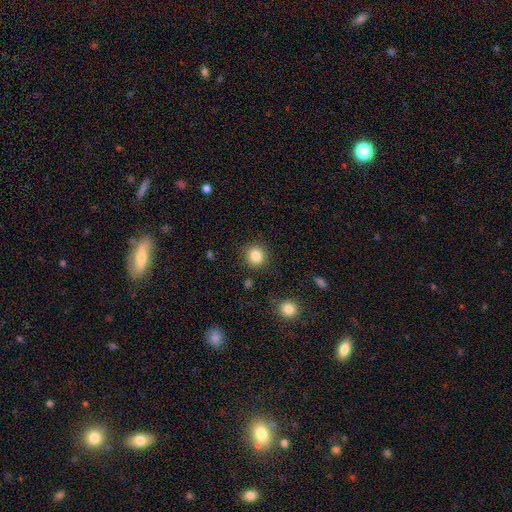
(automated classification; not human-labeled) A smooth galaxy with no disk features (84%) that is round (89%).

Vote fractions:
- Smooth or featured? smooth: 84% / star or artifact: 10% / featured or disk: 5%
- How rounded? round: 89% / in between: 10% / cigar-shaped: 1%
- Merging? none: 88% / minor disturbance: 8% / major disturbance: 3% / merger: 2%